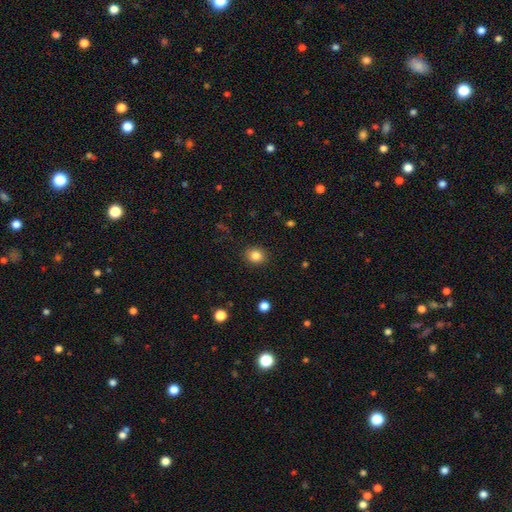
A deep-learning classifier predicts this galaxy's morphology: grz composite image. It shows a smooth galaxy with no disk features (85%) that is round (71%). Merging: none (89%).